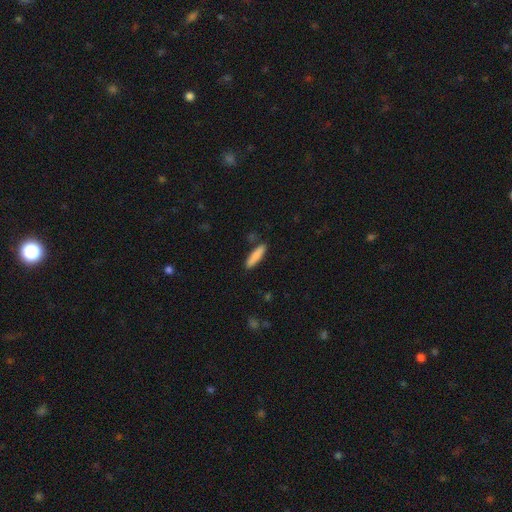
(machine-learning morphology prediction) Overall: smooth (82%). How rounded: cigar-shaped (78%). Merging: none (85%).